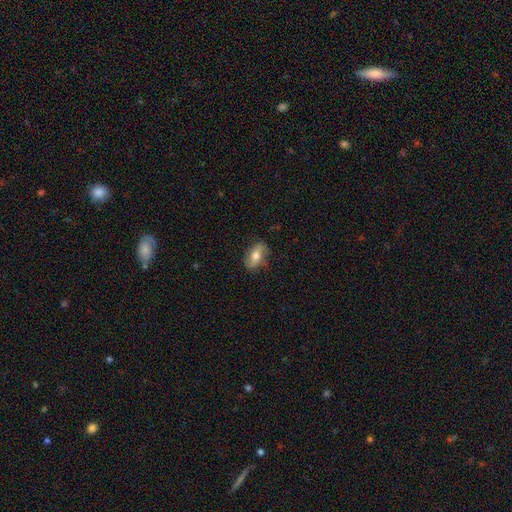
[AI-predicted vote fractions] The model was most divided on "smooth or featured": smooth: 56%, featured or disk: 36%, star or artifact: 7%. More confident: how rounded — in between (83%); merging — none (77%).